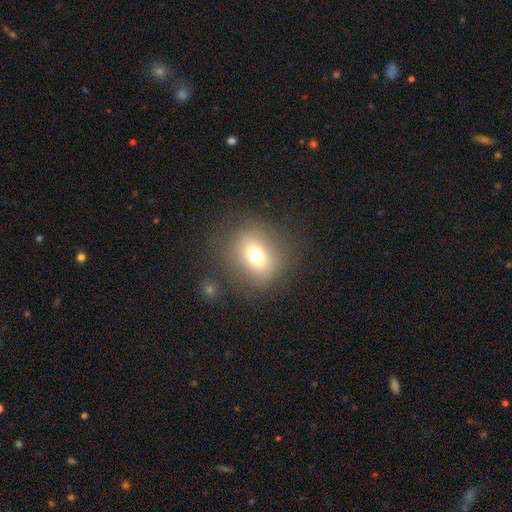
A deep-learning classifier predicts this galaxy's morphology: Overall: smooth (69%). How rounded: round (71%). Merging: none (78%).